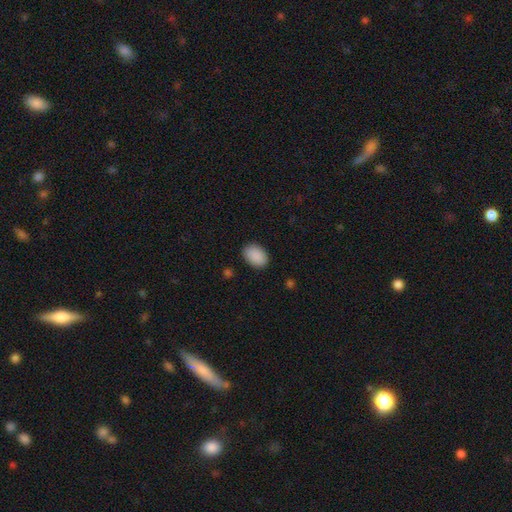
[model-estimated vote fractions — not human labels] Smooth or featured: smooth — 90% (star or artifact — 7%)
How rounded: in between — 83% (round — 16%)
Merging: none — 87% (minor disturbance — 9%)